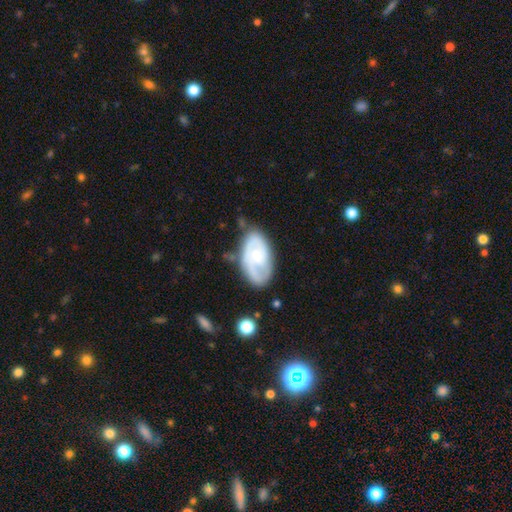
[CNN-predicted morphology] type=featured or disk (66%); edge-on=no (95%); bar=no (65%); spiral arms=yes (84%); winding=tight (53%); arm count=2 (48%); bulge=small (55%); merging=none (64%).